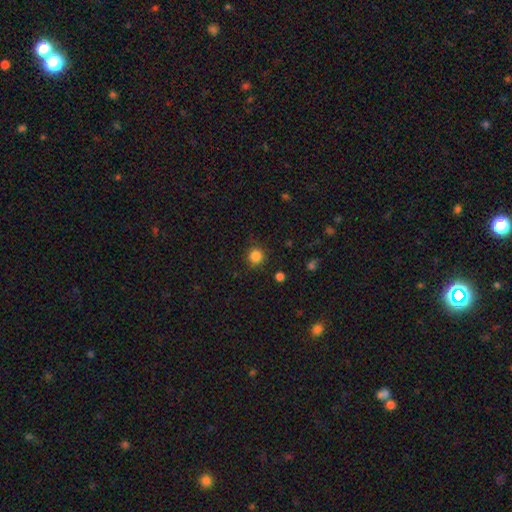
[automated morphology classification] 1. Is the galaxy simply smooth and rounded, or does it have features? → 84% smooth, 12% star or artifact, 4% featured or disk.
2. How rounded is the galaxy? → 93% round, 6% in between, 1% cigar-shaped.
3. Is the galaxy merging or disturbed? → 87% none, 8% minor disturbance, 3% major disturbance, 1% merger.